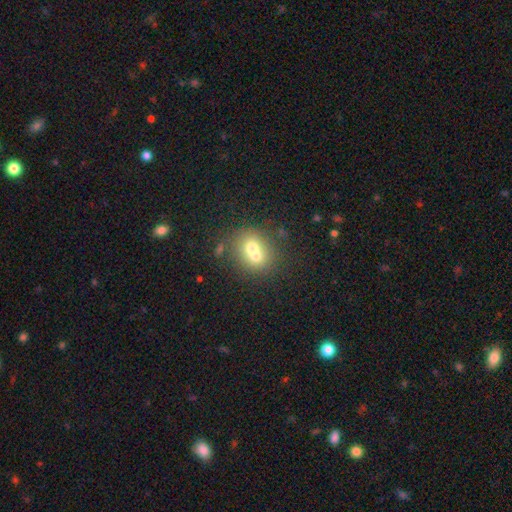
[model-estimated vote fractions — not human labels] smooth_or_featured: smooth (p=0.64) [alt: featured or disk p=0.25]
how_rounded: round (p=0.73) [alt: in between p=0.26]
merging: merger (p=0.59) [alt: none p=0.31]